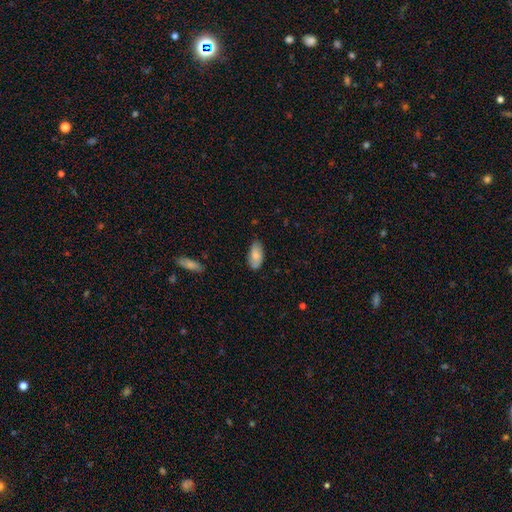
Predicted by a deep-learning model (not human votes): smooth_or_featured: smooth (p=0.81) [alt: featured or disk p=0.13]
how_rounded: in between (p=0.92) [alt: cigar-shaped p=0.06]
merging: none (p=0.77) [alt: minor disturbance p=0.19]